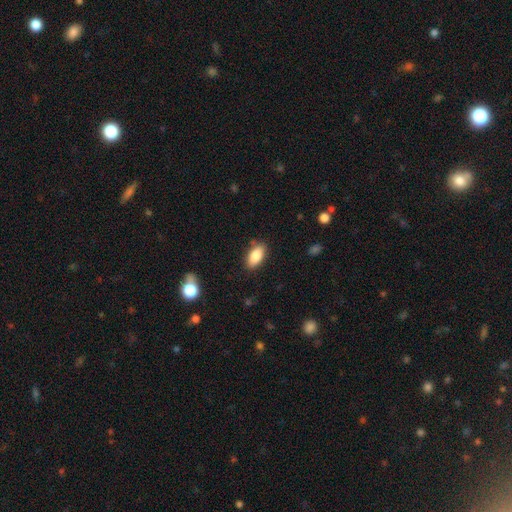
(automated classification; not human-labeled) A smooth galaxy with no disk features (86%) that is in between round and cigar-shaped (91%).

Vote fractions:
- Smooth or featured? smooth: 86% / featured or disk: 7% / star or artifact: 7%
- How rounded? in between: 91% / cigar-shaped: 6% / round: 3%
- Merging? none: 85% / minor disturbance: 11% / major disturbance: 3% / merger: 2%